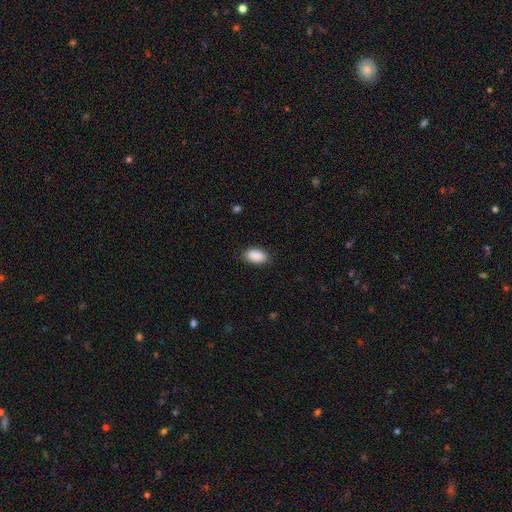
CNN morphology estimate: This appears to be a smooth galaxy with no disk features (90%) that is in between round and cigar-shaped (93%). Merging: none (84%).